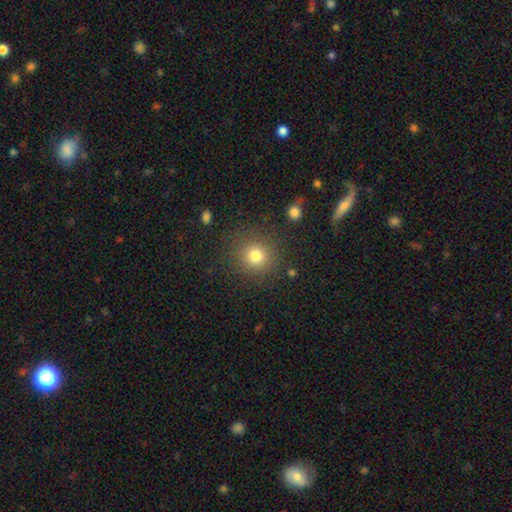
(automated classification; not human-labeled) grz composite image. It shows a smooth galaxy with no disk features (79%) that is round (92%). Merging: none (87%).